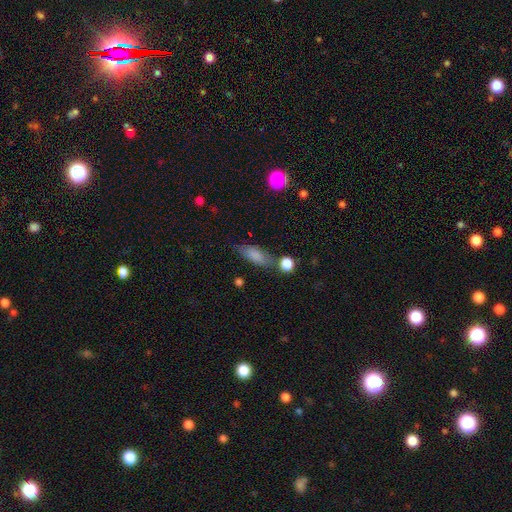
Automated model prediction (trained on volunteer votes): A smooth galaxy with no disk features (81%) that is in between round and cigar-shaped (74%). Merging: none (63%).